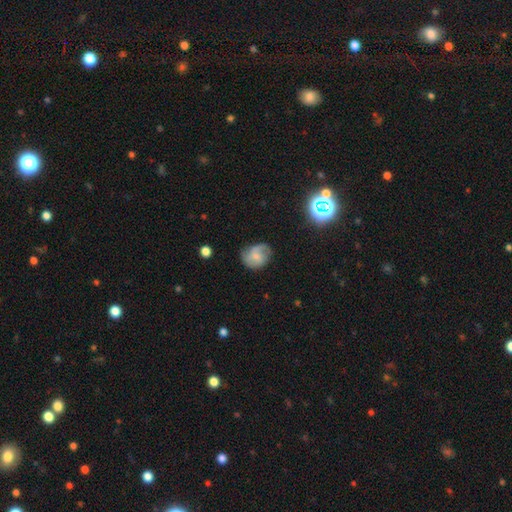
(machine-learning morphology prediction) Smooth or featured?
  - featured or disk: 47% *
  - smooth: 44%
  - star or artifact: 9%
Merging?
  - none: 55% *
  - minor disturbance: 30%
  - major disturbance: 13%
  - merger: 2%